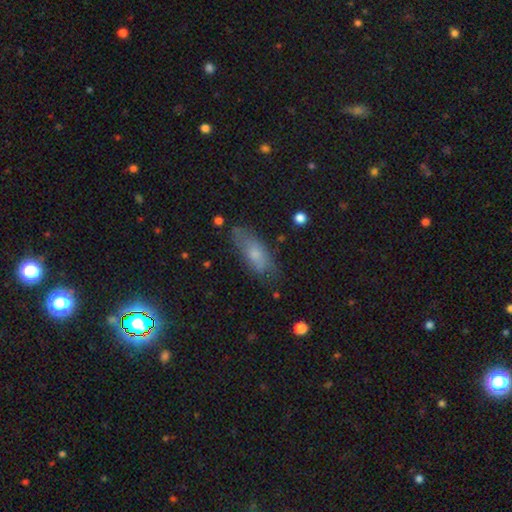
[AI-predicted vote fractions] smooth 66%, featured or disk 26%, star or artifact 8%. Down the decision tree: how rounded — in between (72%); merging — none (69%).